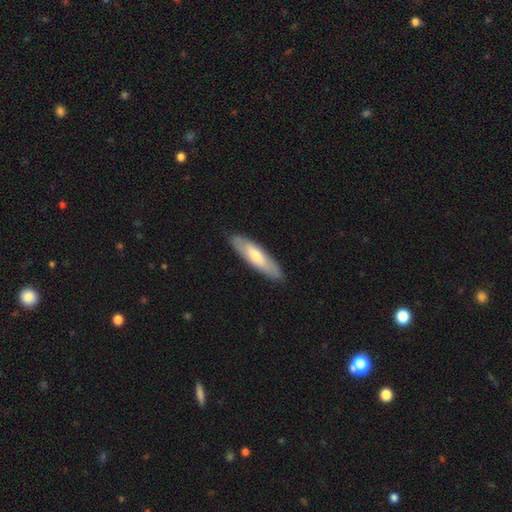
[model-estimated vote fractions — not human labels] smooth-or-featured: smooth: 57% | featured or disk: 37% | star or artifact: 6%
  how-rounded: cigar-shaped: 64% | in between: 34% | round: 2%
  merging: none: 87% | minor disturbance: 10% | major disturbance: 2% | merger: 1%